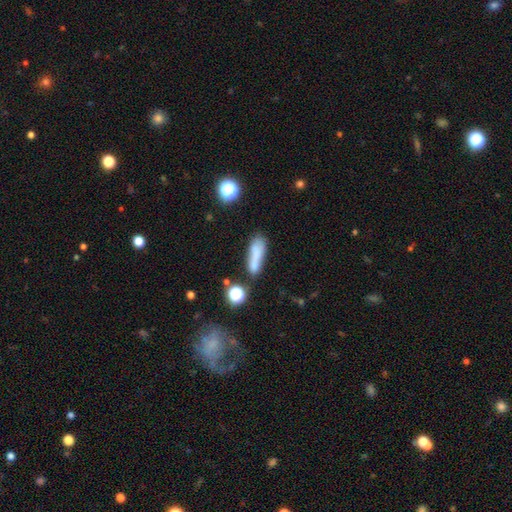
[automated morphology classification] This is likely a smooth galaxy (72%). How rounded: possibly cigar-shaped (57%). Merging: possibly none (51%).